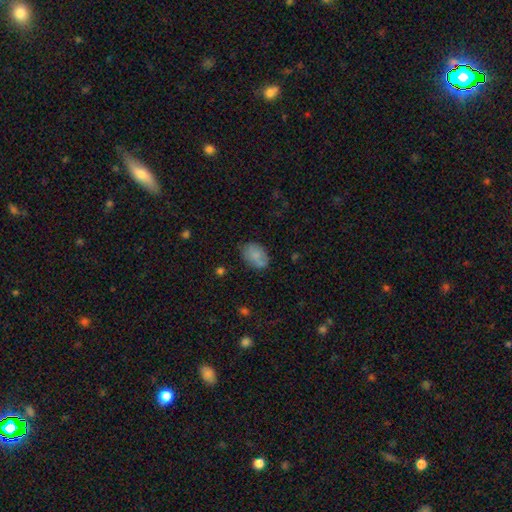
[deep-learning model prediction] Smooth or featured: smooth — 76% (featured or disk — 15%)
How rounded: in between — 80% (round — 19%)
Merging: none — 60% (minor disturbance — 24%)